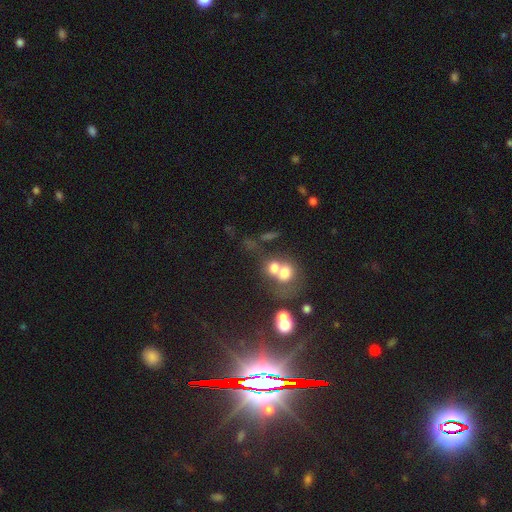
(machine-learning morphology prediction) The model was most divided on "smooth or featured": star or artifact: 68%, featured or disk: 18%, smooth: 14%.